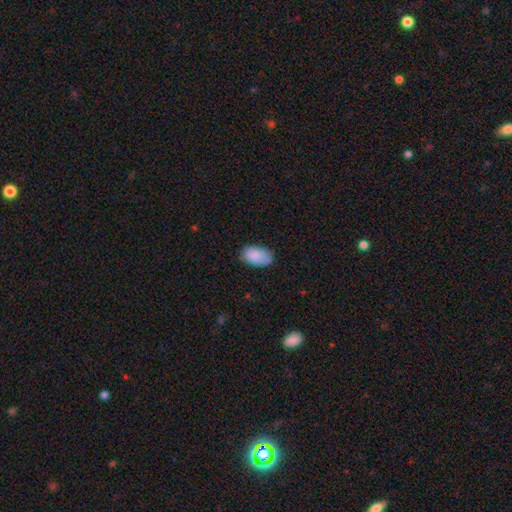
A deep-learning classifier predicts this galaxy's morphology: A smooth galaxy with no disk features (87%) that is in between round and cigar-shaped (93%). Merging: none (74%).